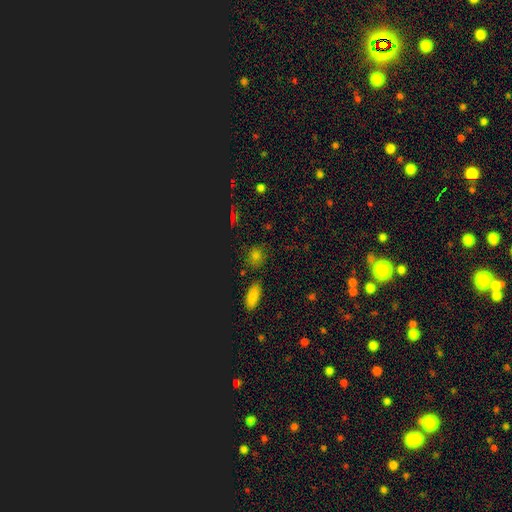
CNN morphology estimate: Overall: smooth (62%; star or artifact 32%). How rounded: round (69%). Merging: none (80%).